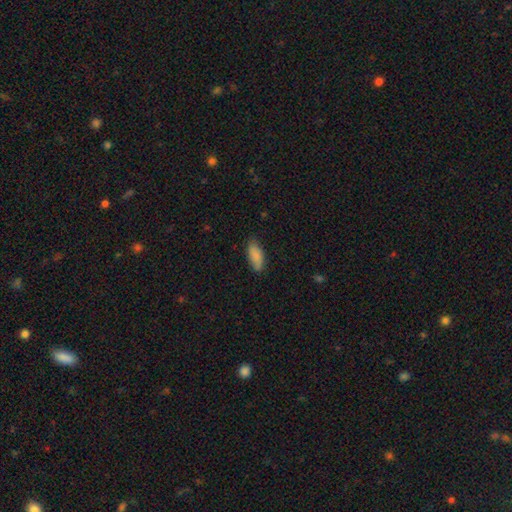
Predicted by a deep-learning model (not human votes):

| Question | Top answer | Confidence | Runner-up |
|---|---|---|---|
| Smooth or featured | smooth | 85% | featured or disk (8%) |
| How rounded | in between | 82% | cigar-shaped (16%) |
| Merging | none | 78% | minor disturbance (18%) |